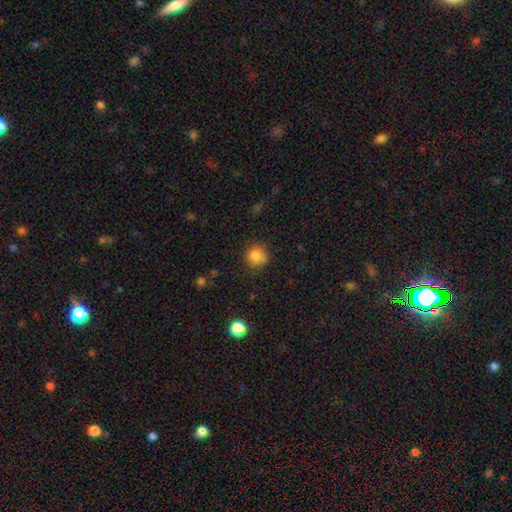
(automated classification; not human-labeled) A smooth galaxy with no disk features (82%) that is round (89%). Merging: none (72%).